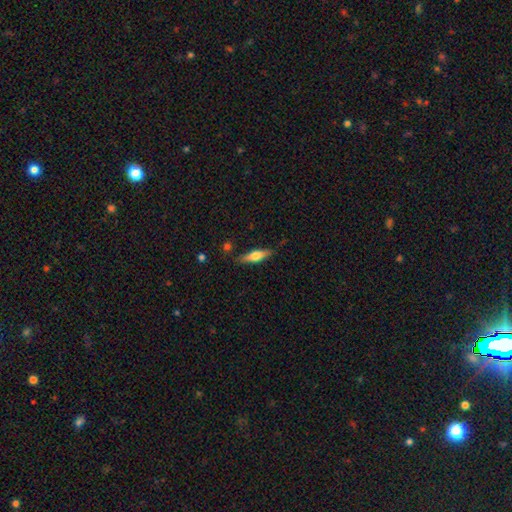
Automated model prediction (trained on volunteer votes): This is possibly a smooth galaxy (49%). Merging: clearly none (82%).